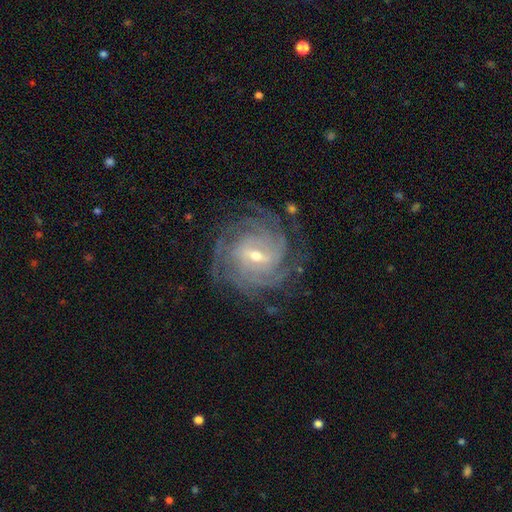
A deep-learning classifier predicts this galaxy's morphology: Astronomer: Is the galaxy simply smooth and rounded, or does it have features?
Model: featured or disk — 90%.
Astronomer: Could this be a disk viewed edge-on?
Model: no — 97%.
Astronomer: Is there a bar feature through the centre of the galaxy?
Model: weak — 53% (runner-up: strong, 30%).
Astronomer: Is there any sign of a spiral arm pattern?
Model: yes — 98%.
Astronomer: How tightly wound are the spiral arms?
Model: tight — 73%.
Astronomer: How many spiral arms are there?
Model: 4 — 34% (runner-up: can't tell, 22%).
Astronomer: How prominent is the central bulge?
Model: small — 55% (runner-up: moderate, 41%).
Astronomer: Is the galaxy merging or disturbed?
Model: none — 78%.